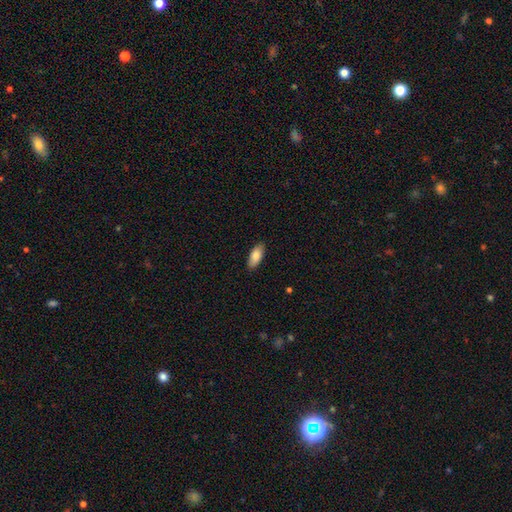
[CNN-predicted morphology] smooth_or_featured: smooth (p=0.84) [alt: featured or disk p=0.10]
how_rounded: in between (p=0.85) [alt: cigar-shaped p=0.13]
merging: none (p=0.88) [alt: minor disturbance p=0.09]